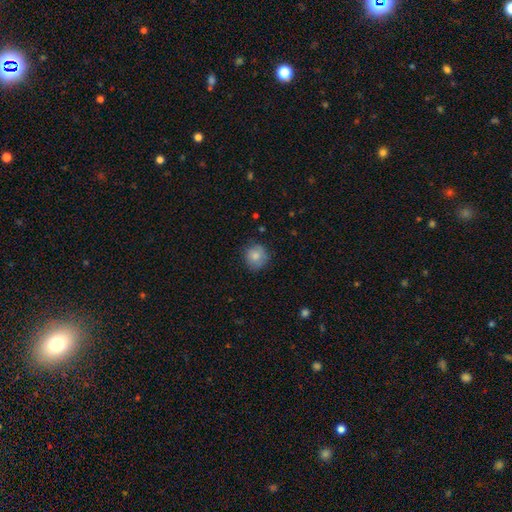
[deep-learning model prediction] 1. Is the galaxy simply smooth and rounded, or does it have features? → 81% smooth, 10% featured or disk, 9% star or artifact.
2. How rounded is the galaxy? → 89% round, 10% in between, 1% cigar-shaped.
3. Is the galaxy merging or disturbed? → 78% none, 17% minor disturbance, 4% major disturbance, 1% merger.